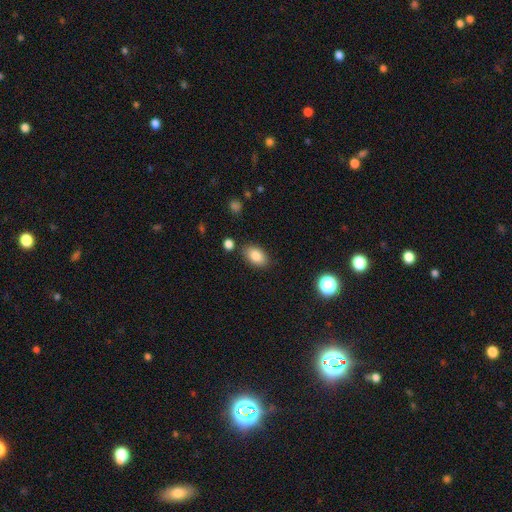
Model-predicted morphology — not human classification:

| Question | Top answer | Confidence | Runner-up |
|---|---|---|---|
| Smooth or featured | smooth | 84% | star or artifact (8%) |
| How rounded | in between | 89% | round (10%) |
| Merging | none | 83% | minor disturbance (11%) |